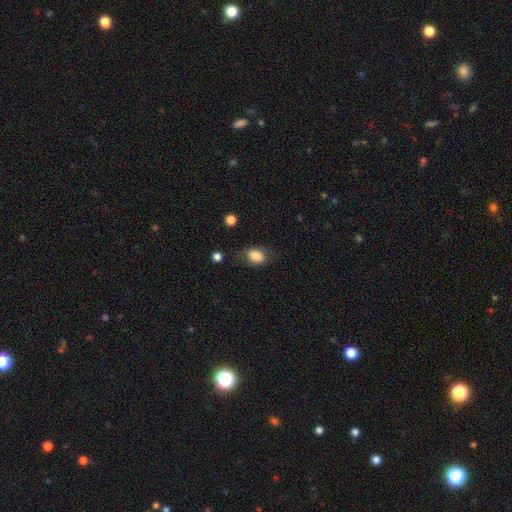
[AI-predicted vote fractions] smooth 84%, star or artifact 9%, featured or disk 7%. Down the decision tree: how rounded — in between (69%); merging — none (67%).